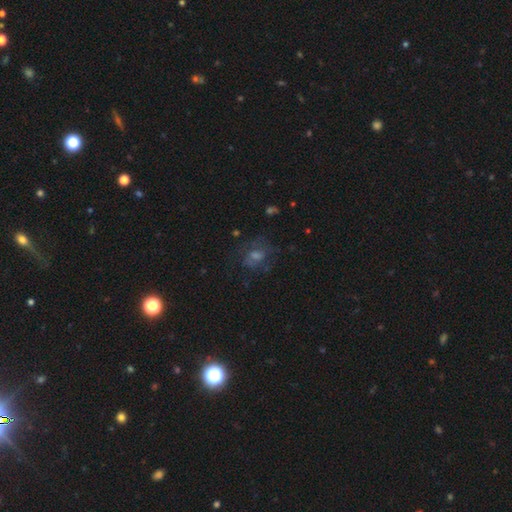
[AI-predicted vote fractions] A featured or disk galaxy (38%). Merging: none (66%).